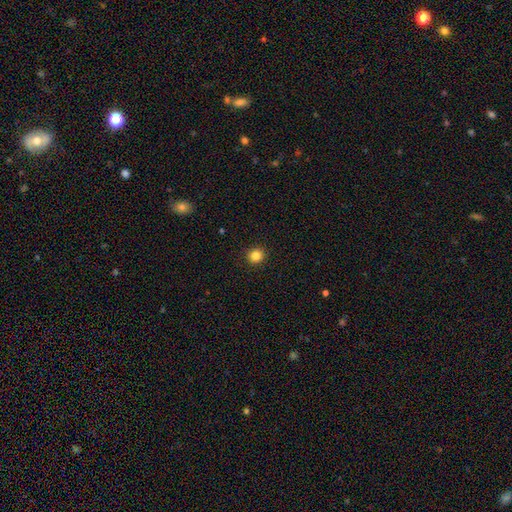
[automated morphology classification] A smooth galaxy with no disk features (84%) that is round (89%). Merging: none (92%).